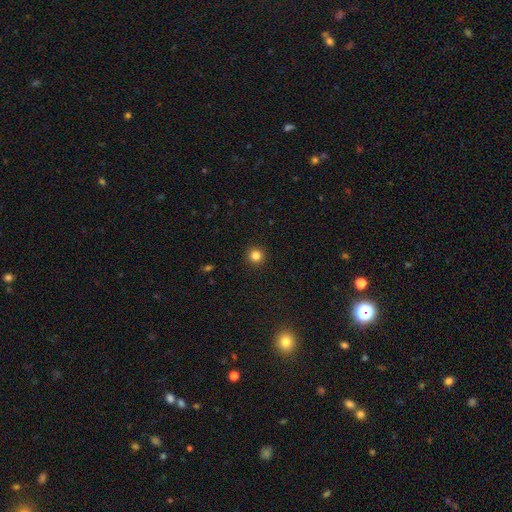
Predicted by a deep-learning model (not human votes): A smooth galaxy with no disk features (83%) that is round (96%).

Vote fractions:
- Smooth or featured? smooth: 83% / star or artifact: 12% / featured or disk: 5%
- How rounded? round: 96% / in between: 3% / cigar-shaped: 1%
- Merging? none: 93% / minor disturbance: 4% / major disturbance: 2% / merger: 1%